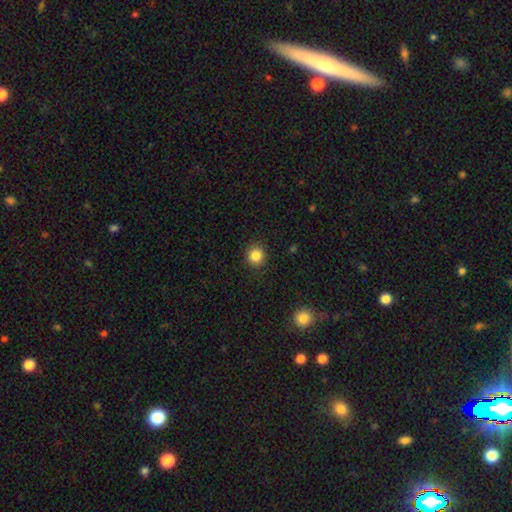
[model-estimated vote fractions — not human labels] smooth_or_featured: smooth (p=0.85) [alt: star or artifact p=0.10]
how_rounded: round (p=0.87) [alt: in between p=0.12]
merging: none (p=0.90) [alt: minor disturbance p=0.07]